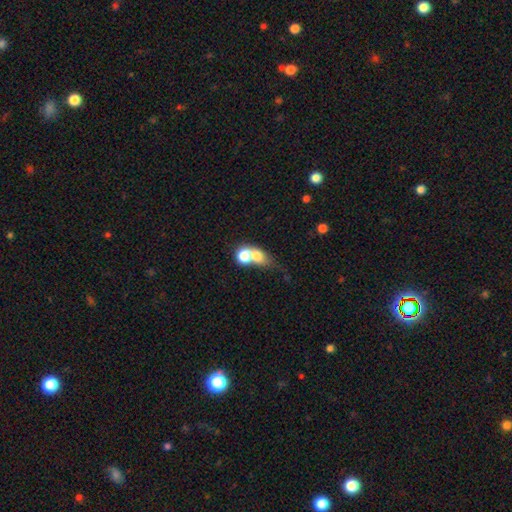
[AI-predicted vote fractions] A smooth galaxy with no disk features (66%) that is round (54%).

Vote fractions:
- Smooth or featured? smooth: 66% / featured or disk: 21% / star or artifact: 13%
- How rounded? round: 54% / in between: 41% / cigar-shaped: 4%
- Merging? merger: 62% / none: 23% / minor disturbance: 8% / major disturbance: 7%